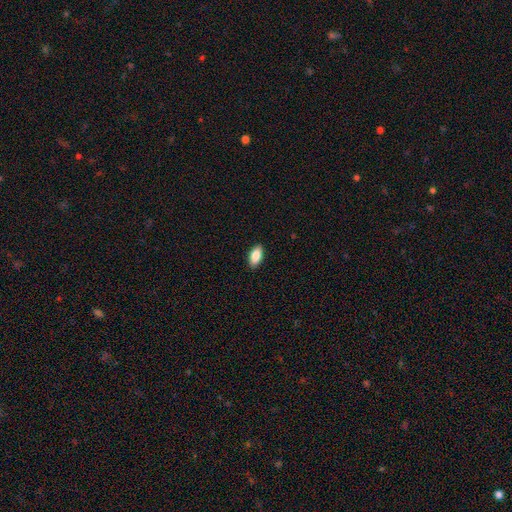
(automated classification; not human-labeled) A smooth galaxy with no disk features (87%) that is in between round and cigar-shaped (91%).

Vote fractions:
- Smooth or featured? smooth: 87% / star or artifact: 7% / featured or disk: 6%
- How rounded? in between: 91% / cigar-shaped: 6% / round: 3%
- Merging? none: 90% / minor disturbance: 8% / major disturbance: 2% / merger: 1%